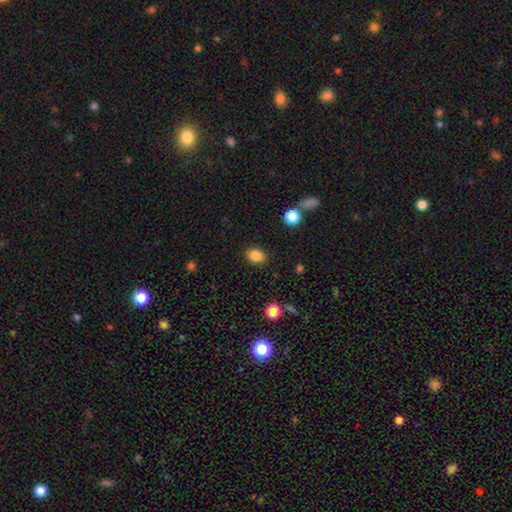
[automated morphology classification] Smooth or featured: smooth — 85% (star or artifact — 10%)
How rounded: in between — 64% (round — 35%)
Merging: none — 87% (minor disturbance — 9%)